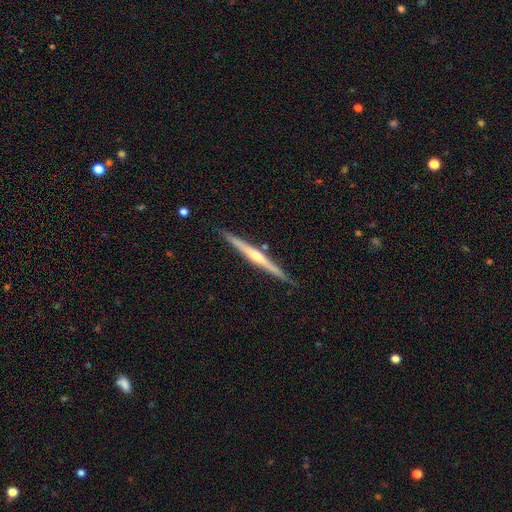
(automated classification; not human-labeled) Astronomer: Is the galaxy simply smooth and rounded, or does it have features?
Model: featured or disk — 77%.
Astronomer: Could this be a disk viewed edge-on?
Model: yes — 98%.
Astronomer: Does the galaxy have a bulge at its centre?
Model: rounded — 78%.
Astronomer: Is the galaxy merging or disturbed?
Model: none — 90%.